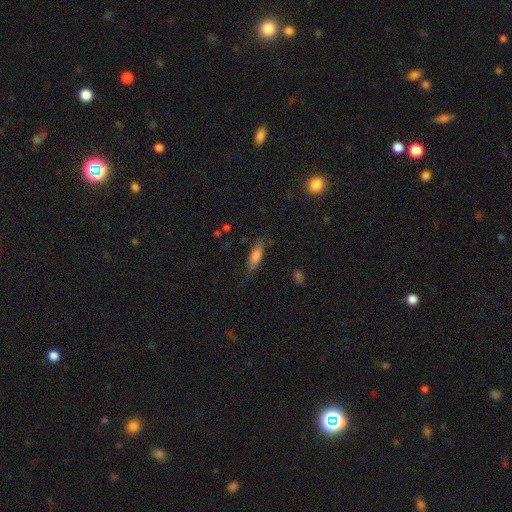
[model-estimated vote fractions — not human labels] The model was most divided on "how rounded": cigar-shaped: 52%, in between: 45%, round: 2%. More confident: merging — none (77%); smooth or featured — smooth (73%).